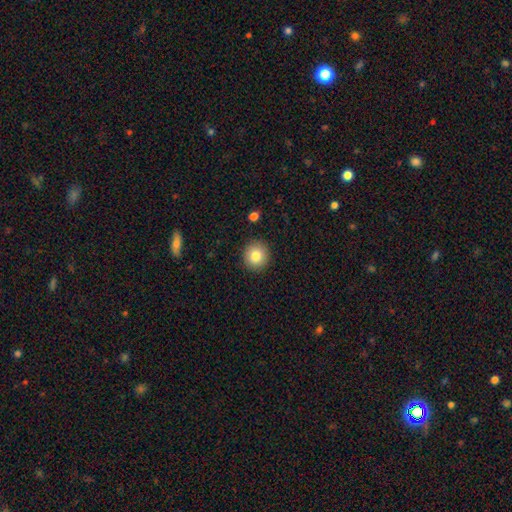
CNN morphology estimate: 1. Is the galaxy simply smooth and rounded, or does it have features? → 82% smooth, 10% star or artifact, 8% featured or disk.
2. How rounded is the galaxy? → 92% round, 7% in between, 1% cigar-shaped.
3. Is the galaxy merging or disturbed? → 92% none, 5% minor disturbance, 2% major disturbance, 1% merger.